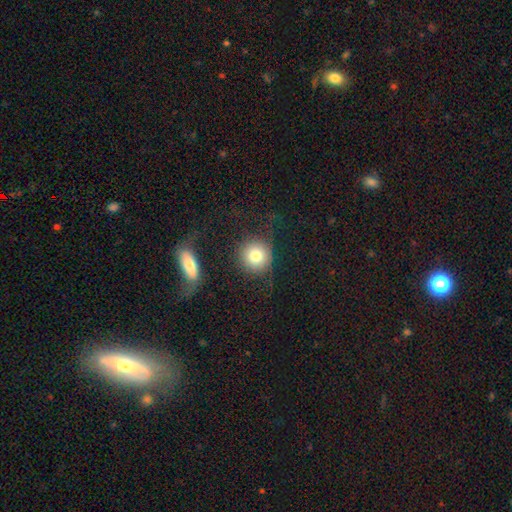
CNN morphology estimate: The model was most divided on "merging": none: 75%, minor disturbance: 12%, major disturbance: 9%, merger: 4%. More confident: how rounded — round (92%); smooth or featured — smooth (79%).